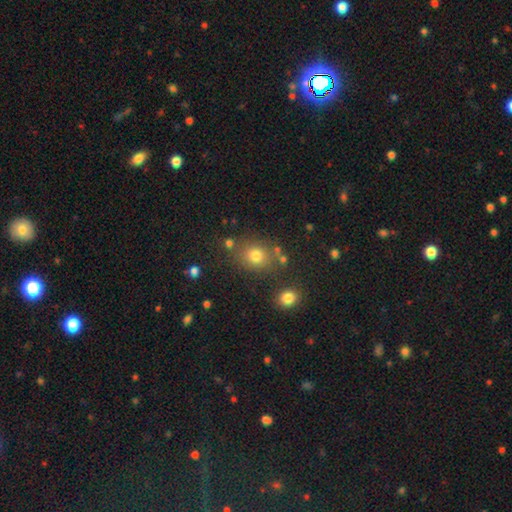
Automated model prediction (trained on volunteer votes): A smooth galaxy with no disk features (74%) that is round (70%).

Vote fractions:
- Smooth or featured? smooth: 74% / star or artifact: 17% / featured or disk: 9%
- How rounded? round: 70% / in between: 29% / cigar-shaped: 1%
- Merging? none: 76% / minor disturbance: 11% / merger: 9% / major disturbance: 4%